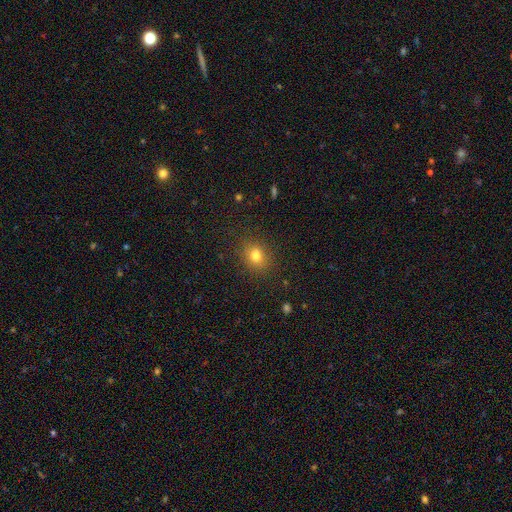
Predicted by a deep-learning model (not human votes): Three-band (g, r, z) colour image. It shows a smooth galaxy with no disk features (78%) that is round (50%). Merging: none (82%).